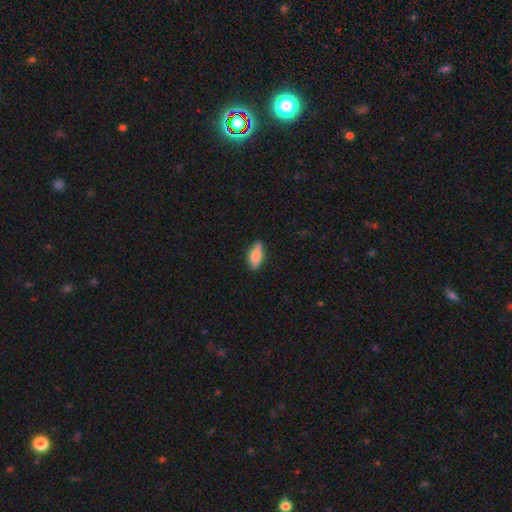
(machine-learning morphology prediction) Overall: smooth (78%). How rounded: in between (81%). Merging: none (79%).